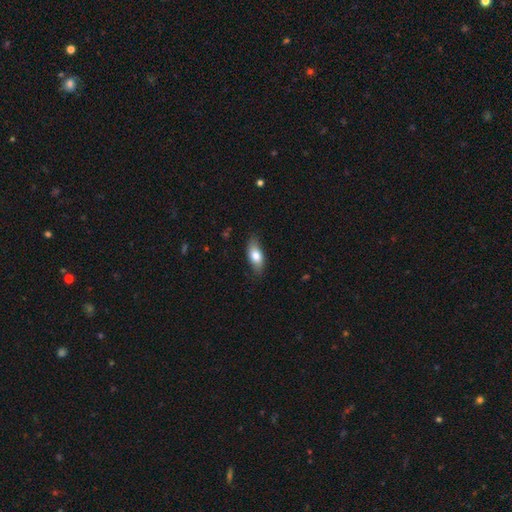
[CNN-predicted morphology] This appears to be a smooth galaxy with no disk features (76%) that is in between round and cigar-shaped (83%). Merging: none (80%).